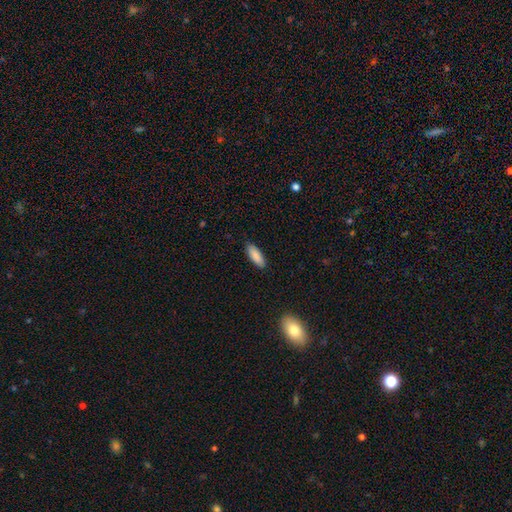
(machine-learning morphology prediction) Smooth or featured: smooth — 88% (star or artifact — 6%)
How rounded: in between — 67% (cigar-shaped — 32%)
Merging: none — 88% (minor disturbance — 9%)